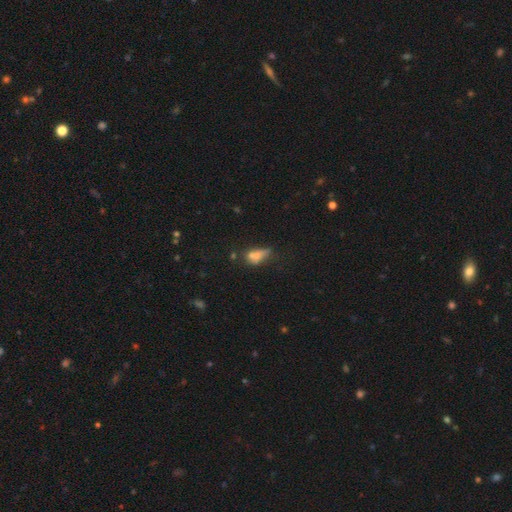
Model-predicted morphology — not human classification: Smooth or featured? smooth (64%)
How rounded? in between (73%)
Merging? none (29%)